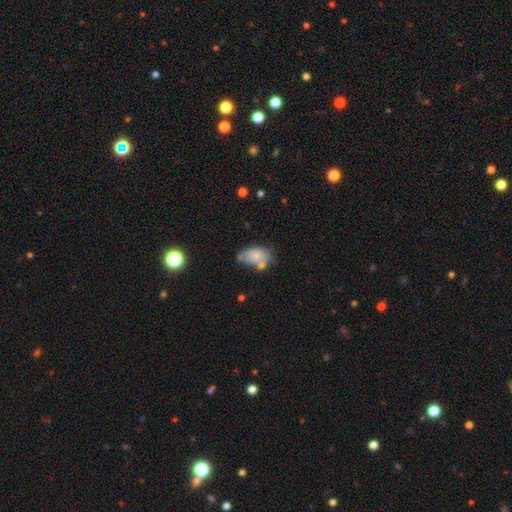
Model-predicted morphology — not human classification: A smooth galaxy with no disk features (72%) that is in between round and cigar-shaped (90%). Merging: none (40%).